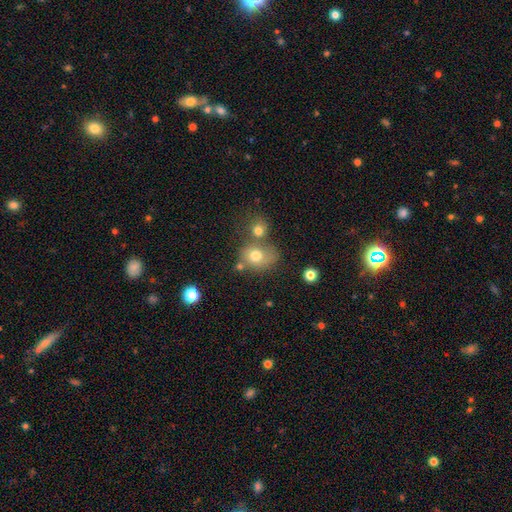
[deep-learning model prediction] smooth_or_featured: smooth (p=0.73) [alt: featured or disk p=0.14]
how_rounded: round (p=0.60) [alt: in between p=0.39]
merging: none (p=0.45) [alt: merger p=0.34]